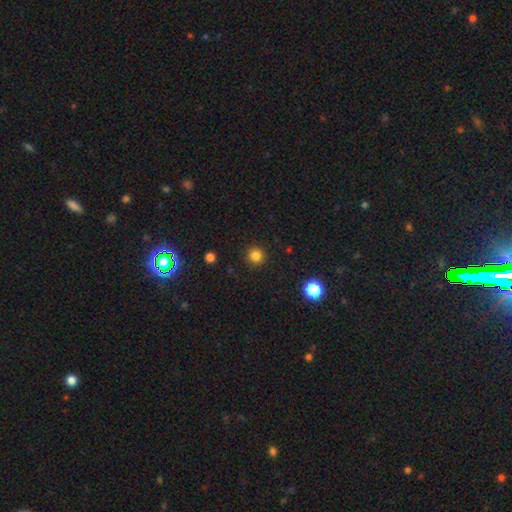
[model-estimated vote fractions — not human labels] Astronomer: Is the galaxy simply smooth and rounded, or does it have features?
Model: smooth — 83%.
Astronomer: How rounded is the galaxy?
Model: round — 95%.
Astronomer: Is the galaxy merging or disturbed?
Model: none — 92%.